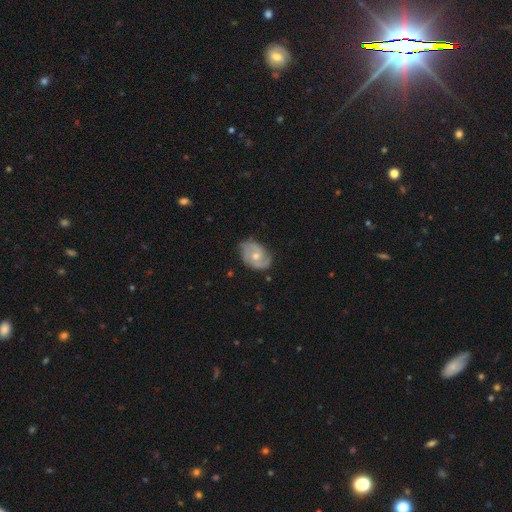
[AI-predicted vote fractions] This appears to be a featured or disk galaxy (72%) with no bar (66%), 2 (73%) medium (43%) spiral arms (88%) and a moderate central bulge (63%). Merging: none (69%).